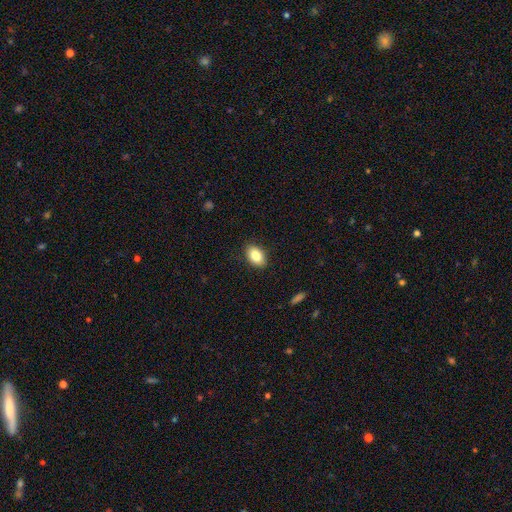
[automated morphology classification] smooth_or_featured: smooth (p=0.84) [alt: featured or disk p=0.09]
how_rounded: in between (p=0.88) [alt: round p=0.10]
merging: none (p=0.88) [alt: minor disturbance p=0.09]